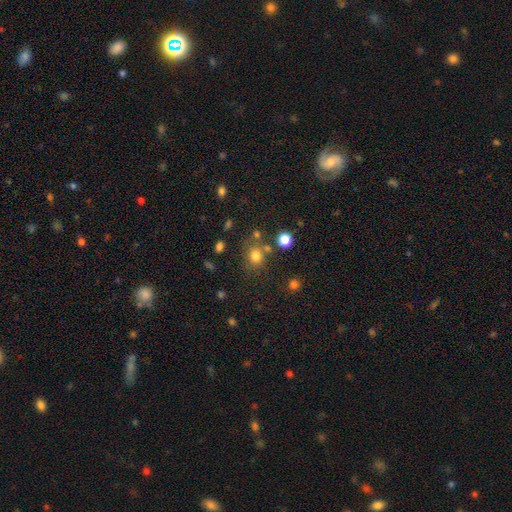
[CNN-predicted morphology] Smooth or featured? smooth (77%)
How rounded? round (71%)
Merging? none (68%)